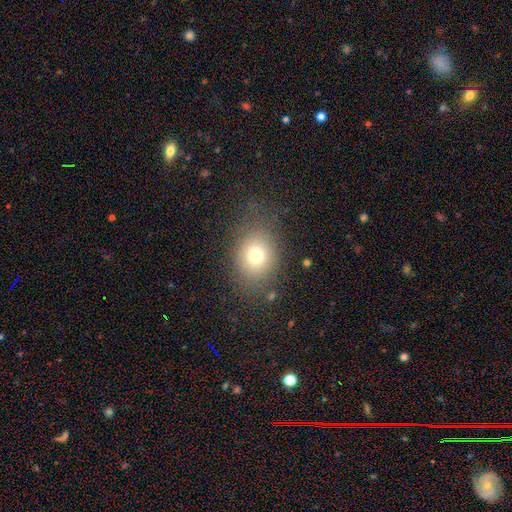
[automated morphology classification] A smooth galaxy with no disk features (72%) that is round (58%).

Vote fractions:
- Smooth or featured? smooth: 72% / star or artifact: 15% / featured or disk: 13%
- How rounded? round: 58% / in between: 41% / cigar-shaped: 1%
- Merging? none: 73% / minor disturbance: 15% / major disturbance: 10% / merger: 2%